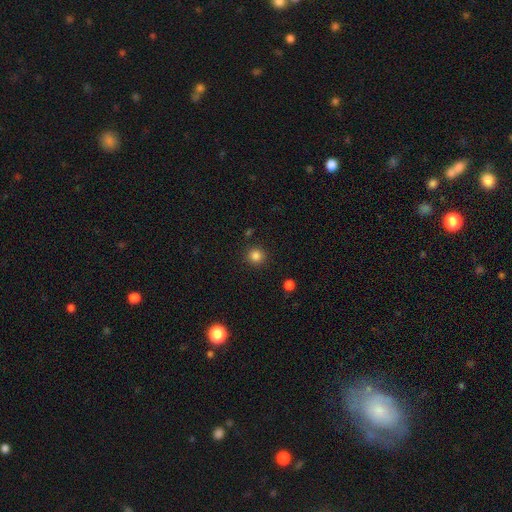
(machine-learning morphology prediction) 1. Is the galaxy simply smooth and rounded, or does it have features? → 84% smooth, 13% star or artifact, 4% featured or disk.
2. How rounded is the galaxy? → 94% round, 5% in between, 1% cigar-shaped.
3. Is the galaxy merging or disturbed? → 91% none, 6% minor disturbance, 2% major disturbance, 2% merger.